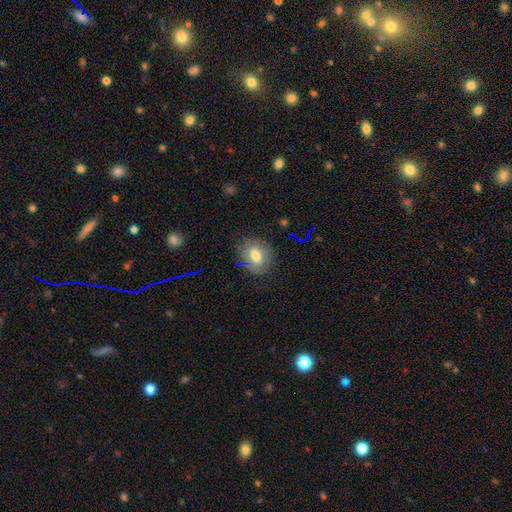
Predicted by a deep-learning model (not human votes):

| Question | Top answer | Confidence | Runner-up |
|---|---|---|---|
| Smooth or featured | smooth | 66% | featured or disk (23%) |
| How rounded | in between | 60% | round (38%) |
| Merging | none | 78% | minor disturbance (15%) |